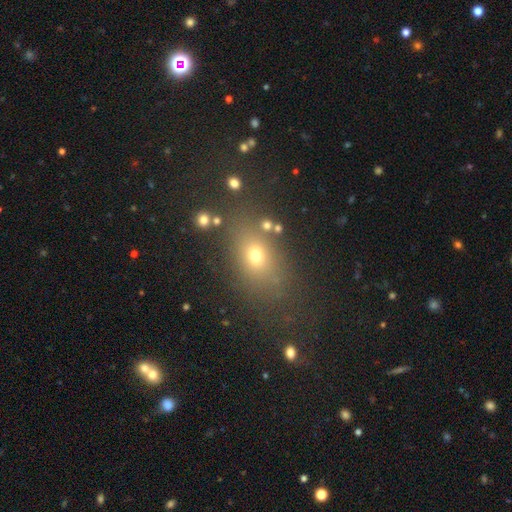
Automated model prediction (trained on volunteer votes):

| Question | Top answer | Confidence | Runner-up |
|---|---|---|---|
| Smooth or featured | smooth | 65% | star or artifact (21%) |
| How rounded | in between | 65% | round (32%) |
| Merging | none | 76% | minor disturbance (13%) |